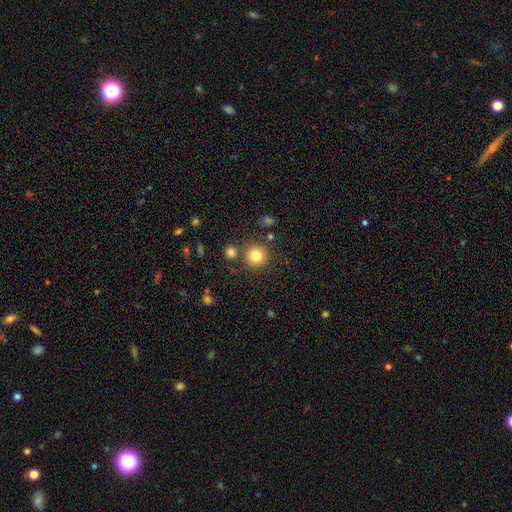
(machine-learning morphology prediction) smooth 81%, star or artifact 12%, featured or disk 7%. Down the decision tree: how rounded — round (94%); merging — none (83%).